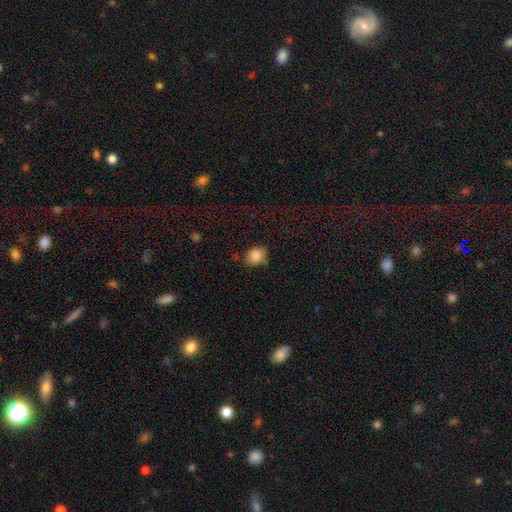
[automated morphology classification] Smooth or featured? Predicted: smooth (p=0.86). How rounded? Predicted: round (p=0.50). Merging? Predicted: none (p=0.65).